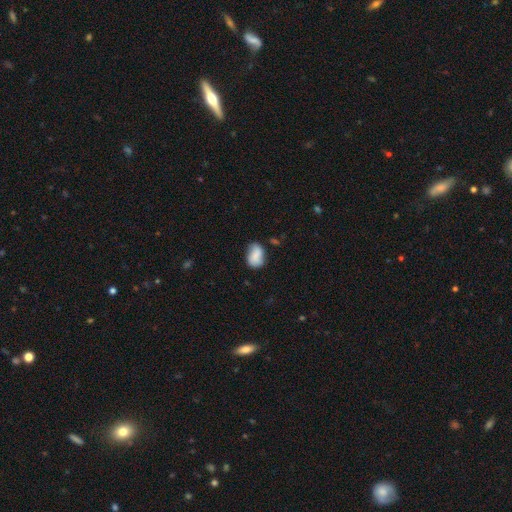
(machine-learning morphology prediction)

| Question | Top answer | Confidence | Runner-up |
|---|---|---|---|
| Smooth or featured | smooth | 76% | featured or disk (15%) |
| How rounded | in between | 81% | round (18%) |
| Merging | none | 56% | minor disturbance (31%) |